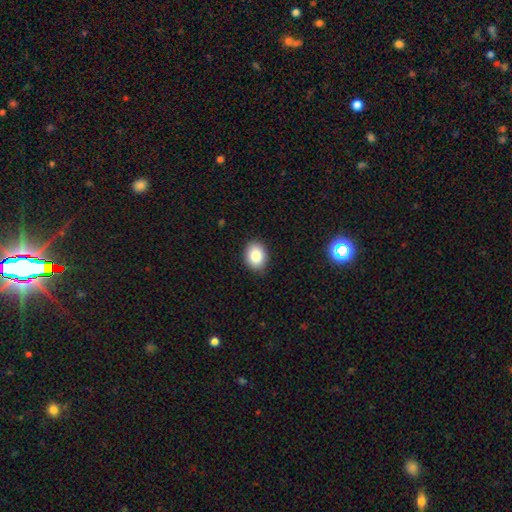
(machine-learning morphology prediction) type=smooth (86%); roundness=in between (59%); merging=none (87%).